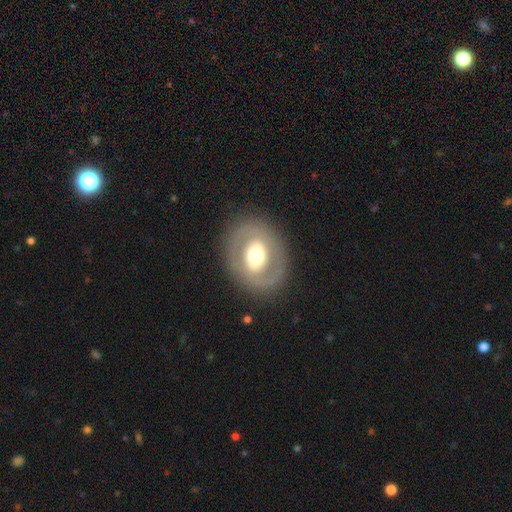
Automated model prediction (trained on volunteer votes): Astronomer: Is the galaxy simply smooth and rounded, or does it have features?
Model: featured or disk — 51% (runner-up: smooth, 41%).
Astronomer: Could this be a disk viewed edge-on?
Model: no — 94%.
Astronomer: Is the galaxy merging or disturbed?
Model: none — 83%.